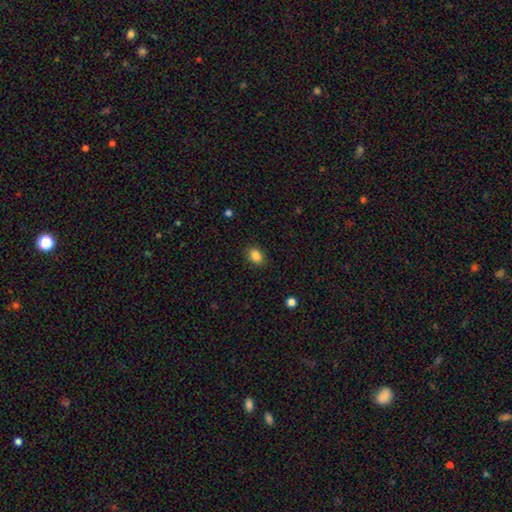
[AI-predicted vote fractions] smooth_or_featured: smooth (p=0.86) [alt: star or artifact p=0.10]
how_rounded: in between (p=0.71) [alt: round p=0.28]
merging: none (p=0.87) [alt: minor disturbance p=0.09]